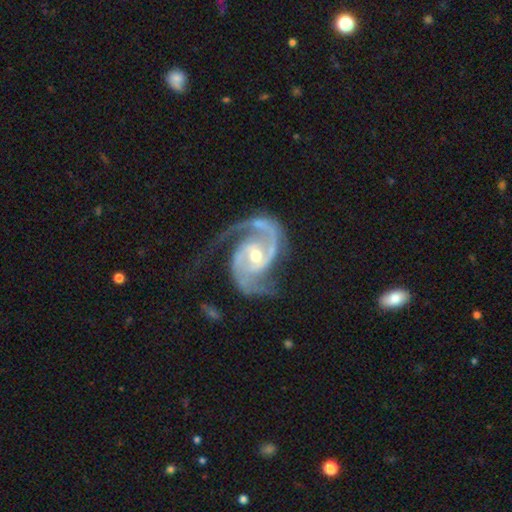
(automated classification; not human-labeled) Smooth or featured?
  - featured or disk: 94% *
  - star or artifact: 4%
  - smooth: 2%
Edge-on disk?
  - no: 98% *
  - yes: 2%
Bar?
  - no: 45% *
  - weak: 38%
  - strong: 17%
Spiral arms?
  - yes: 99% *
  - no: 1%
Spiral winding?
  - medium: 57% *
  - tight: 27%
  - loose: 16%
Spiral arm count?
  - 2: 84% *
  - 3: 7%
  - 1: 3%
  - can't tell: 3%
  - 4: 2%
  - more than 4: 2%
Bulge size?
  - moderate: 63% *
  - small: 32%
  - large: 3%
  - none: 1%
  - dominant: 1%
Merging?
  - none: 62% *
  - minor disturbance: 20%
  - major disturbance: 16%
  - merger: 3%